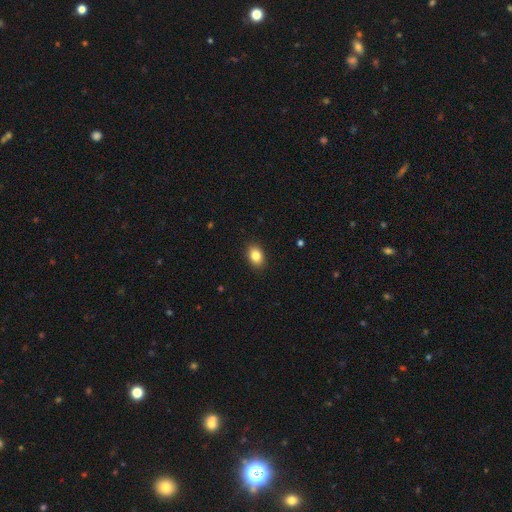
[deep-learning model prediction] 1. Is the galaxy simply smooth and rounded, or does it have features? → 85% smooth, 9% star or artifact, 6% featured or disk.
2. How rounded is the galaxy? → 76% in between, 23% round, 1% cigar-shaped.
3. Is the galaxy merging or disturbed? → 89% none, 8% minor disturbance, 2% major disturbance, 1% merger.